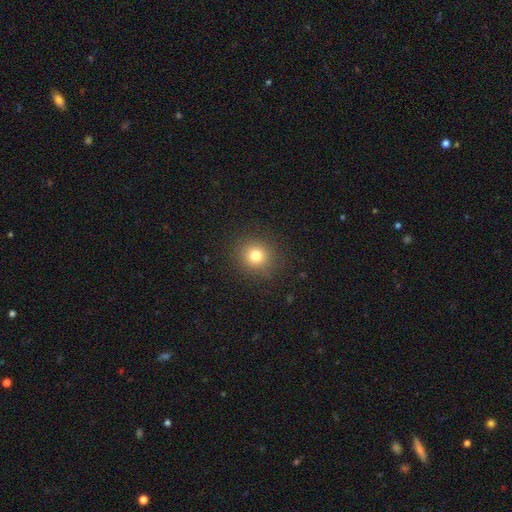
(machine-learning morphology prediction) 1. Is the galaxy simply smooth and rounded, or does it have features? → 78% smooth, 14% star or artifact, 8% featured or disk.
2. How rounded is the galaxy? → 90% round, 9% in between, 1% cigar-shaped.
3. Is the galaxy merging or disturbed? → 90% none, 7% minor disturbance, 3% major disturbance, 1% merger.